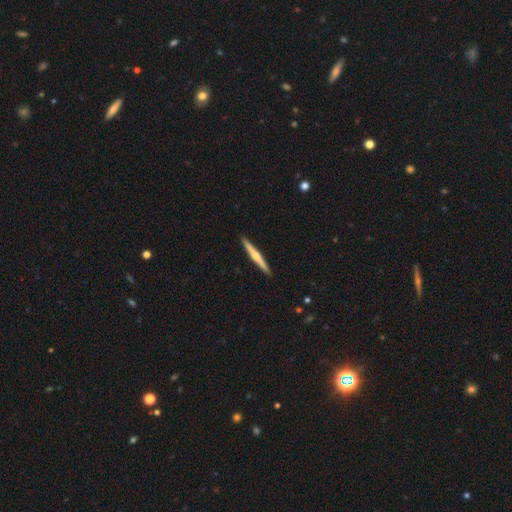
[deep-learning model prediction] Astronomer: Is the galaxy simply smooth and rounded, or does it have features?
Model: featured or disk — 65%.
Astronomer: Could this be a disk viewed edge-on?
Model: yes — 98%.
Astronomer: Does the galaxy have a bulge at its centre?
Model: rounded — 85%.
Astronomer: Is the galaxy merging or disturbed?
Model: none — 93%.